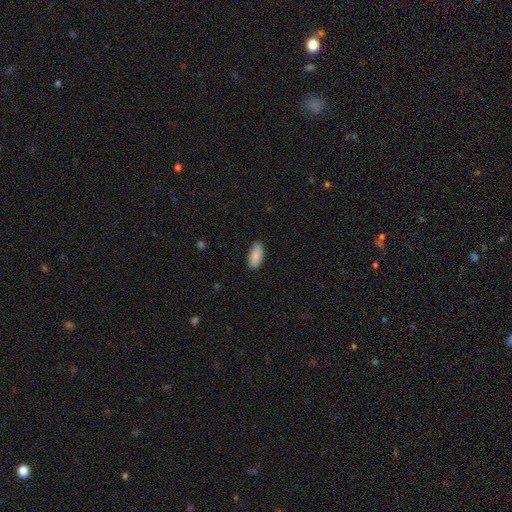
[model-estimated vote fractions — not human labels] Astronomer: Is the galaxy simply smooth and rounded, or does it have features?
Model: smooth — 88%.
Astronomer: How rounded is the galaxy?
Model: in between — 88%.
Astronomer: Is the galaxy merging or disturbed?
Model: none — 86%.